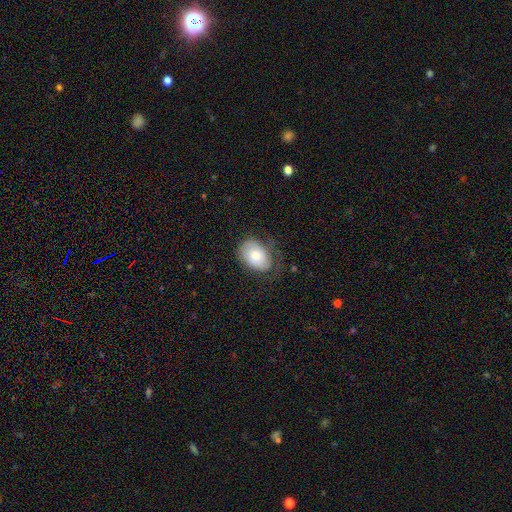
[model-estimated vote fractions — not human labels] Overall: smooth (65%; featured or disk 28%). How rounded: in between (81%). Merging: none (51%; minor disturbance 29%).